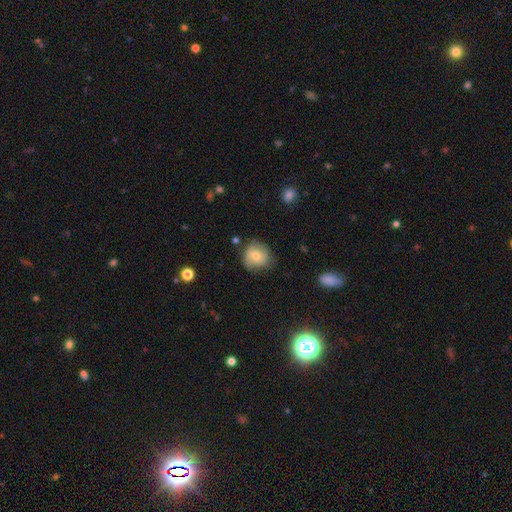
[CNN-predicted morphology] The model was most divided on "smooth or featured": smooth: 52%, featured or disk: 40%, star or artifact: 9%. More confident: how rounded — round (82%); merging — none (71%).